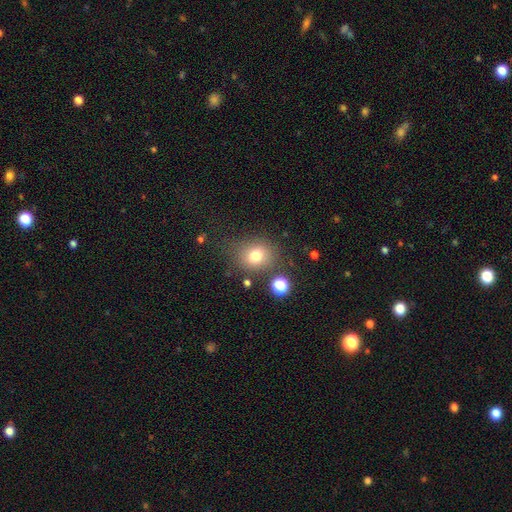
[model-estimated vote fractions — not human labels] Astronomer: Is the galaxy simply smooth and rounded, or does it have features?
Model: smooth — 75%.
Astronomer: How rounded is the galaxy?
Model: round — 65%.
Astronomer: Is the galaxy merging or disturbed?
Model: none — 73%.